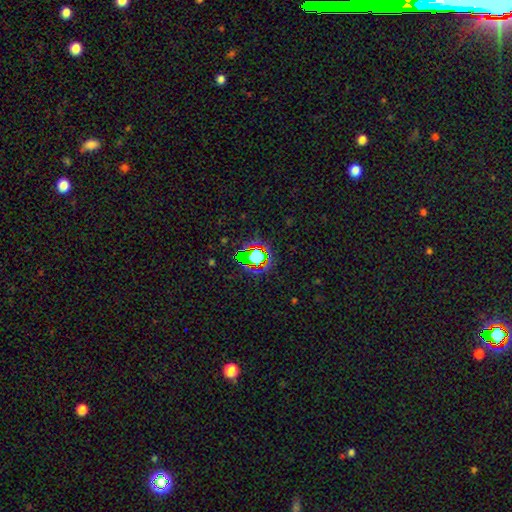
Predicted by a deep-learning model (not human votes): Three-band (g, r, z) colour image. It shows a star or artifact, not a galaxy (60%).